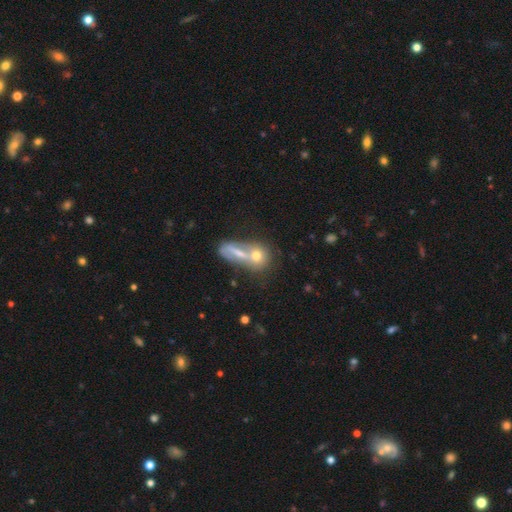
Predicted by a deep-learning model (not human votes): Overall: smooth (61%; featured or disk 28%). How rounded: round (49%; in between 38%). Merging: merger (48%; none 34%).